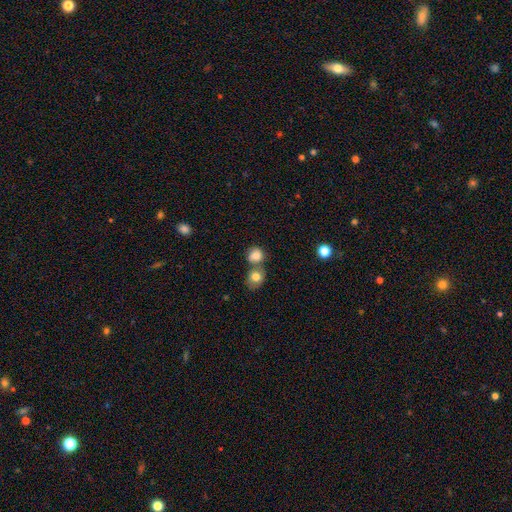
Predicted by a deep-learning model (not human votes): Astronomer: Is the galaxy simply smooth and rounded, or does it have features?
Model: smooth — 82%.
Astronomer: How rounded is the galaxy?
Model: round — 74%.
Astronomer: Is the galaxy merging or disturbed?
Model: merger — 47% (runner-up: none, 39%).